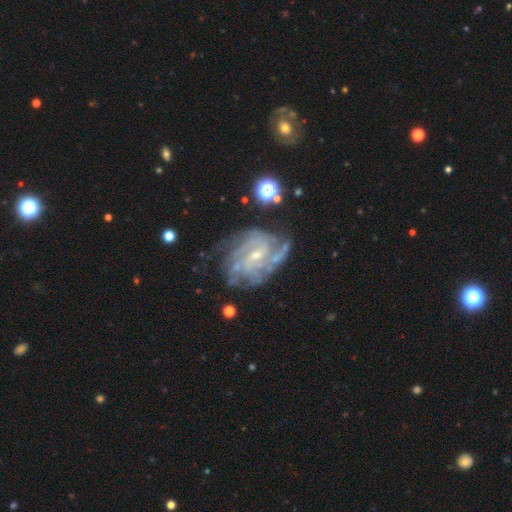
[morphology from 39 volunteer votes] featured or disk 87%, smooth 8%, star or artifact 5%. Down the decision tree: edge-on disk — no (97%); bar — weak (64%); spiral arms — yes (88%); spiral arm count — 2 (45%); spiral winding — tight (48%); bulge size — small (79%); merging — none (43%).